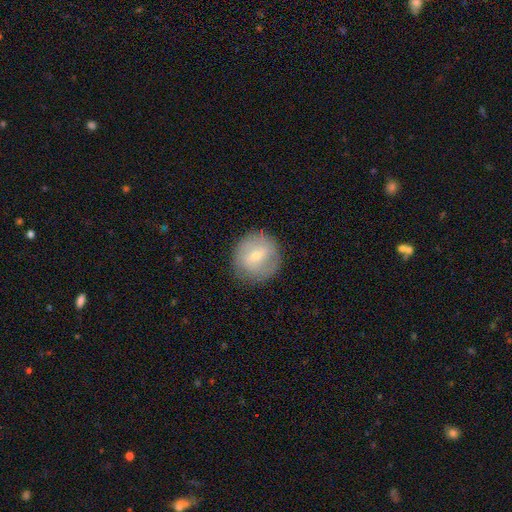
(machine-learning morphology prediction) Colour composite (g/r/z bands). It shows a smooth galaxy with no disk features (53%) that is round (92%). Merging: none (85%).